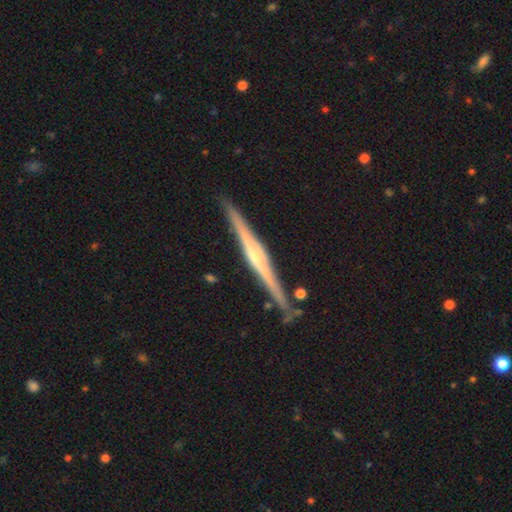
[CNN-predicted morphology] smooth-or-featured: featured or disk: 82% | smooth: 12% | star or artifact: 6%
  disk-edge-on: yes: 98% | no: 2%
    edge-on-bulge: rounded: 72% | none: 16% | boxy: 12%
  merging: none: 89% | minor disturbance: 8% | merger: 2% | major disturbance: 2%